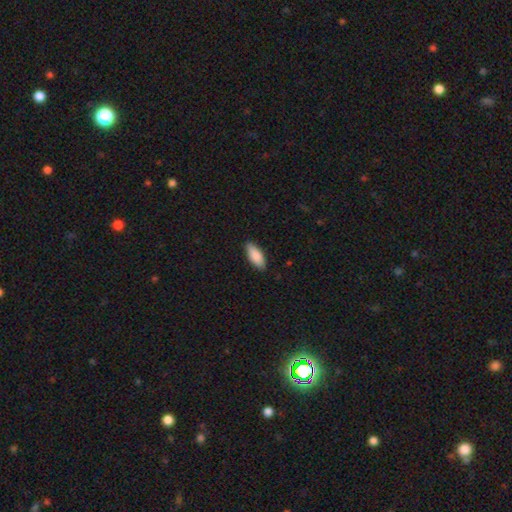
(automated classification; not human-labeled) Morphology: type=smooth (88%); roundness=in between (82%); merging=none (86%).